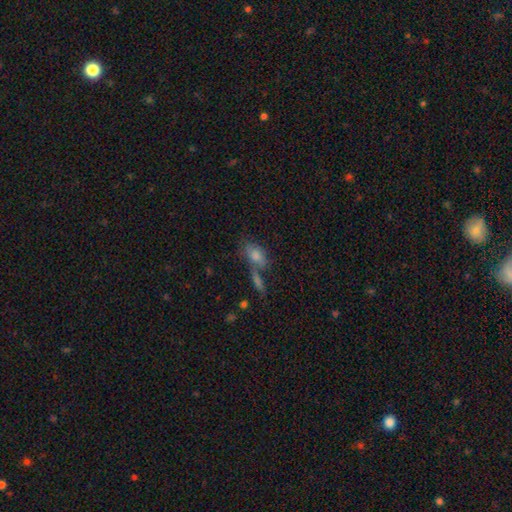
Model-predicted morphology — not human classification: Q: Smooth or featured?
A: smooth (69%); runner-up: featured or disk (19%)
Q: How rounded?
A: in between (83%); runner-up: round (10%)
Q: Merging?
A: none (43%); runner-up: merger (34%)